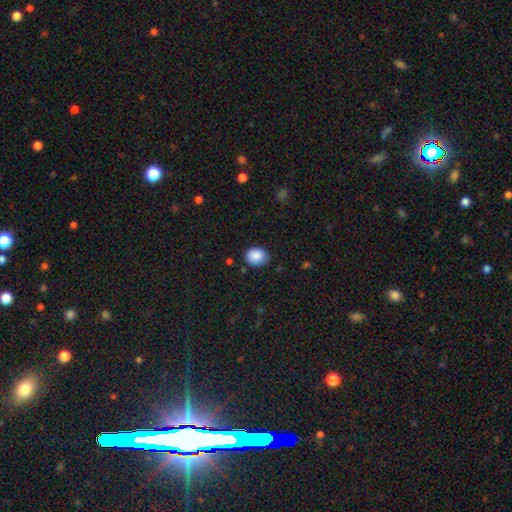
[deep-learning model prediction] The model was most divided on "how rounded": round: 55%, in between: 44%, cigar-shaped: 1%. More confident: smooth or featured — smooth (88%); merging — none (81%).